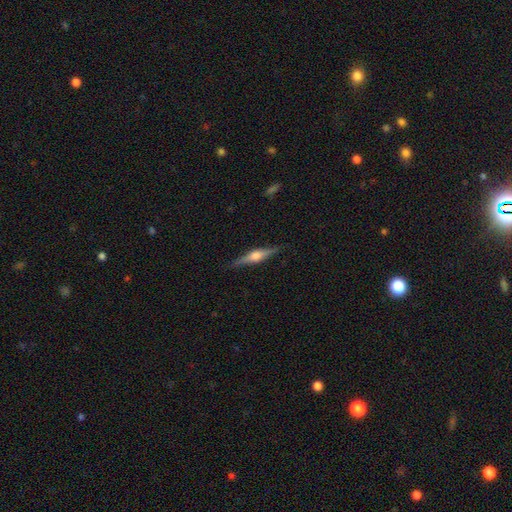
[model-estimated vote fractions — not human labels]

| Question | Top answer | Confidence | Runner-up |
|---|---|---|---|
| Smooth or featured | featured or disk | 73% | smooth (21%) |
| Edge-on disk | yes | 97% | no (3%) |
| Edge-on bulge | rounded | 89% | boxy (9%) |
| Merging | none | 89% | minor disturbance (8%) |